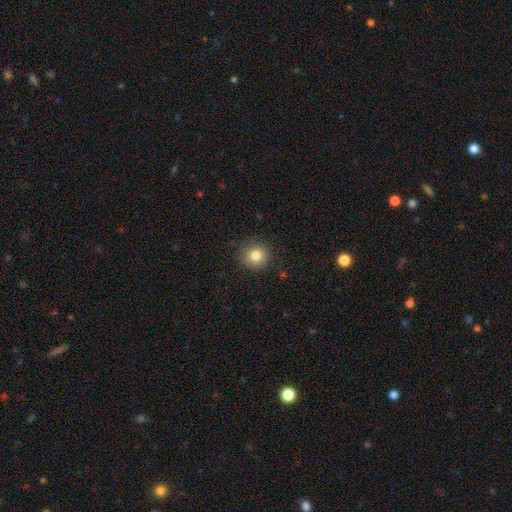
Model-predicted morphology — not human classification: smooth_or_featured: smooth (p=0.81) [alt: star or artifact p=0.11]
how_rounded: round (p=0.92) [alt: in between p=0.07]
merging: none (p=0.89) [alt: minor disturbance p=0.08]